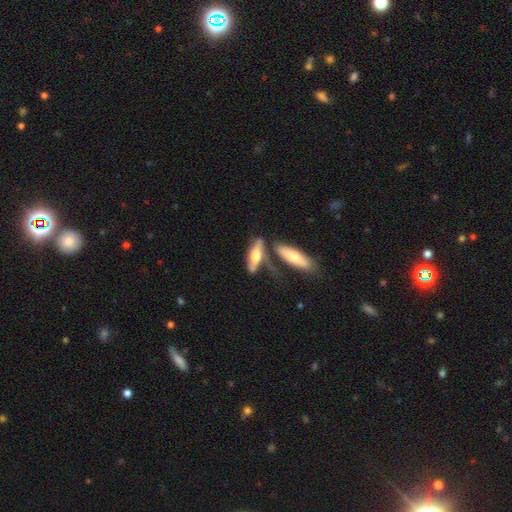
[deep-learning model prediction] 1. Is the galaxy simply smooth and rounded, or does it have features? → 48% smooth, 46% featured or disk, 6% star or artifact.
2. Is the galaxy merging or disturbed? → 48% none, 29% merger, 15% minor disturbance, 8% major disturbance.